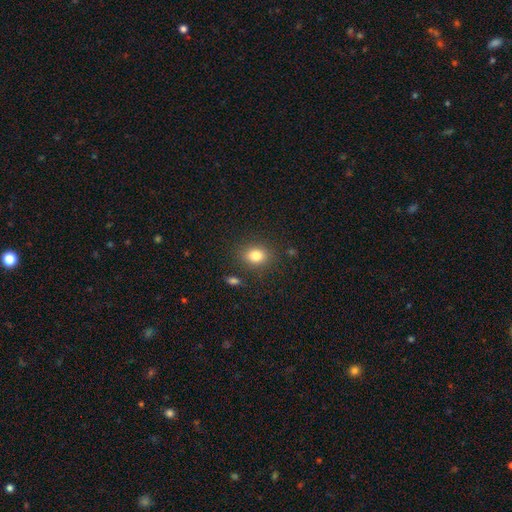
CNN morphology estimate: smooth-or-featured: smooth: 82% | star or artifact: 11% | featured or disk: 7%
  how-rounded: in between: 52% | round: 47% | cigar-shaped: 1%
  merging: none: 84% | minor disturbance: 10% | major disturbance: 3% | merger: 3%